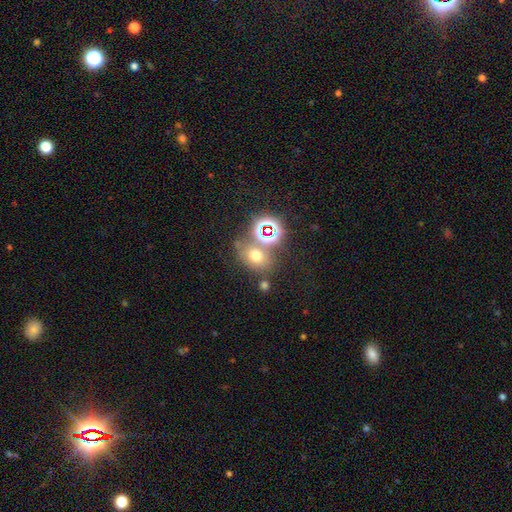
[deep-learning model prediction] The model was most divided on "how rounded": round: 50%, in between: 48%, cigar-shaped: 1%. More confident: merging — none (63%); smooth or featured — smooth (60%).